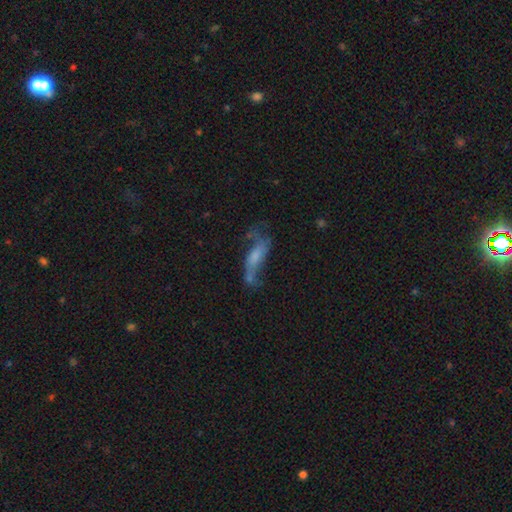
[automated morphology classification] smooth-or-featured: featured or disk: 50% | smooth: 41% | star or artifact: 10%
  merging: none: 34% | major disturbance: 30% | minor disturbance: 23% | merger: 13%